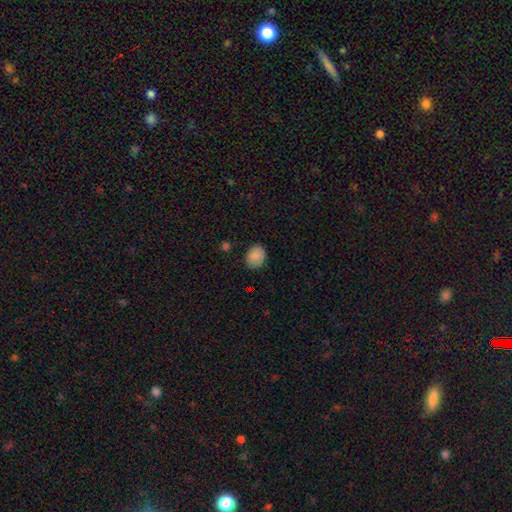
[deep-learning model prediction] Morphology: type=smooth (87%); roundness=in between (52%); merging=none (79%).